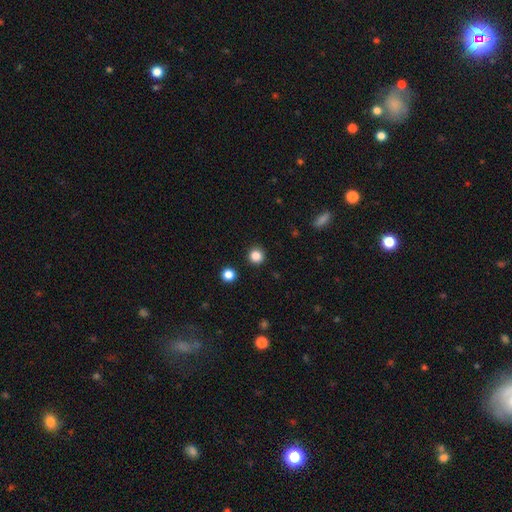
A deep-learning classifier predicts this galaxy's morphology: Smooth or featured? Predicted: smooth (p=0.85). How rounded? Predicted: round (p=0.94). Merging? Predicted: none (p=0.92).